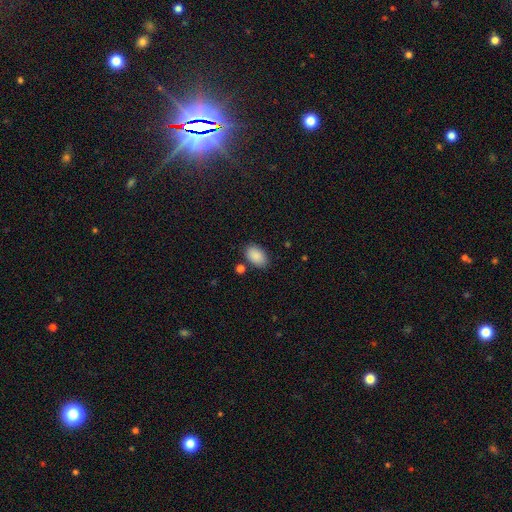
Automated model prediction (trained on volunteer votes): Smooth or featured? Predicted: smooth (p=0.89). How rounded? Predicted: in between (p=0.91). Merging? Predicted: none (p=0.81).